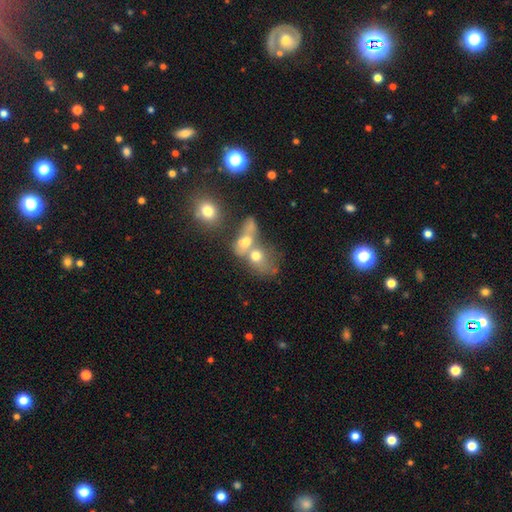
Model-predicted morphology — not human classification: smooth_or_featured: smooth (p=0.58) [alt: featured or disk p=0.28]
how_rounded: in between (p=0.49) [alt: round p=0.48]
merging: merger (p=0.68) [alt: none p=0.16]